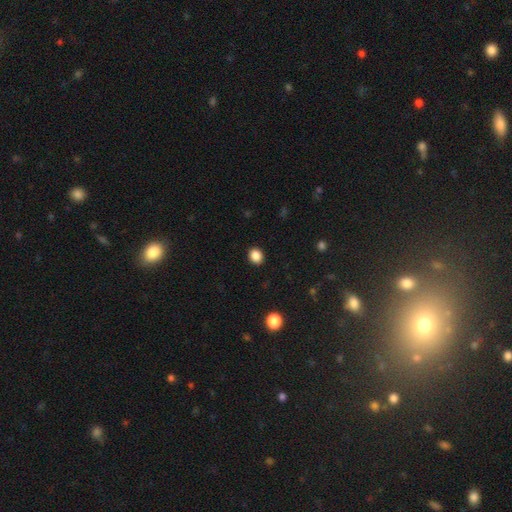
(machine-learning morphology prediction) Smooth or featured? smooth (87%)
How rounded? round (62%)
Merging? none (91%)